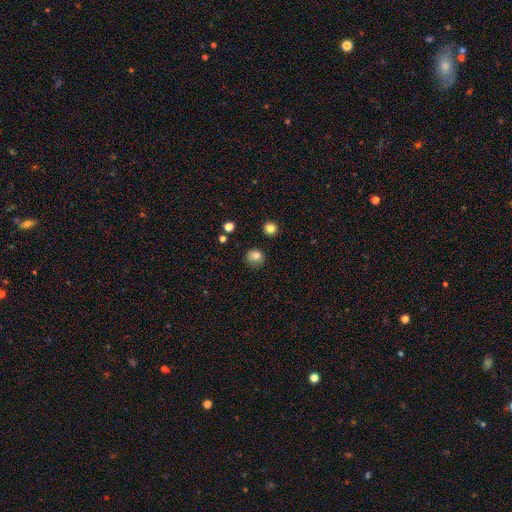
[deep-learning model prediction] Smooth or featured? smooth (81%)
How rounded? round (85%)
Merging? none (81%)